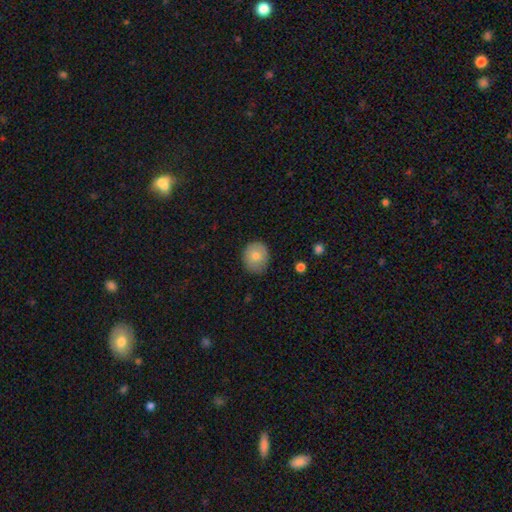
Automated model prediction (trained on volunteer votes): Smooth or featured? Predicted: smooth (p=0.78). How rounded? Predicted: round (p=0.75). Merging? Predicted: none (p=0.80).